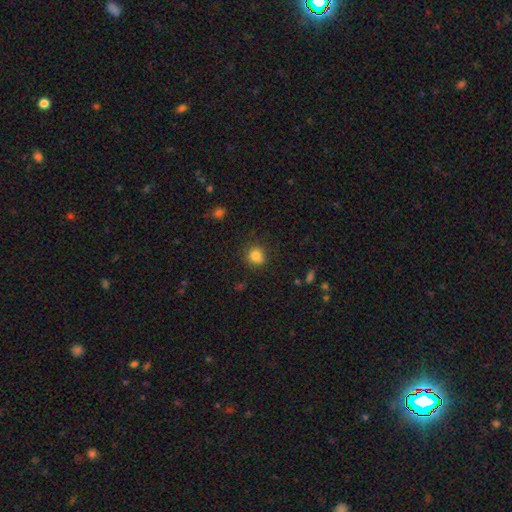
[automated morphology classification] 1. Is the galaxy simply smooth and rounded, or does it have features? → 83% smooth, 12% star or artifact, 5% featured or disk.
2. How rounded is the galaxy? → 86% round, 13% in between, 1% cigar-shaped.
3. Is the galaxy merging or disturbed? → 84% none, 11% minor disturbance, 3% major disturbance, 2% merger.